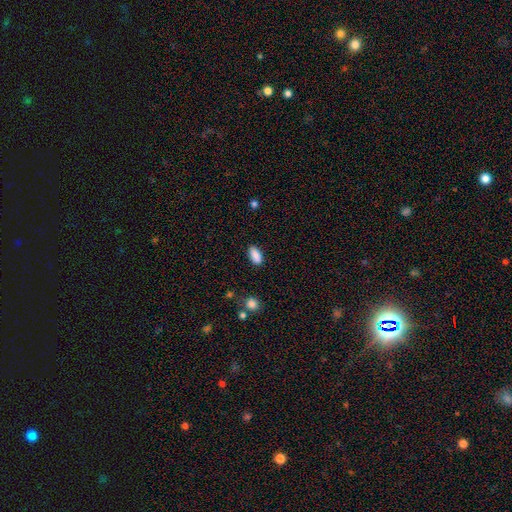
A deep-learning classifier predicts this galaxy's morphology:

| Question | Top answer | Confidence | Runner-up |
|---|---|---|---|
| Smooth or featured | smooth | 89% | star or artifact (7%) |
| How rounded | in between | 90% | cigar-shaped (6%) |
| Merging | none | 87% | minor disturbance (9%) |